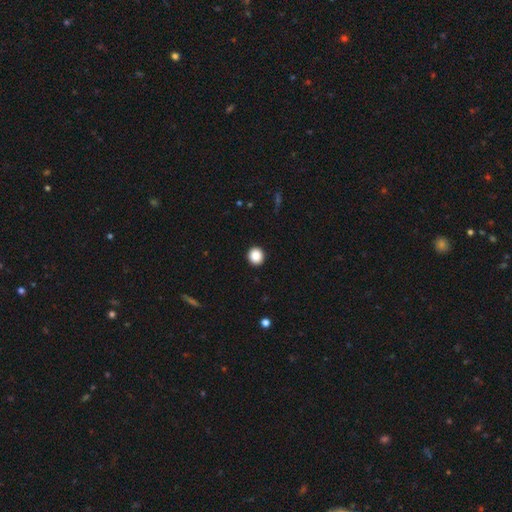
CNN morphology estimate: Smooth or featured?
  - smooth: 88% *
  - star or artifact: 9%
  - featured or disk: 3%
How rounded?
  - round: 91% *
  - in between: 8%
  - cigar-shaped: 1%
Merging?
  - none: 93% *
  - minor disturbance: 5%
  - major disturbance: 2%
  - merger: 1%